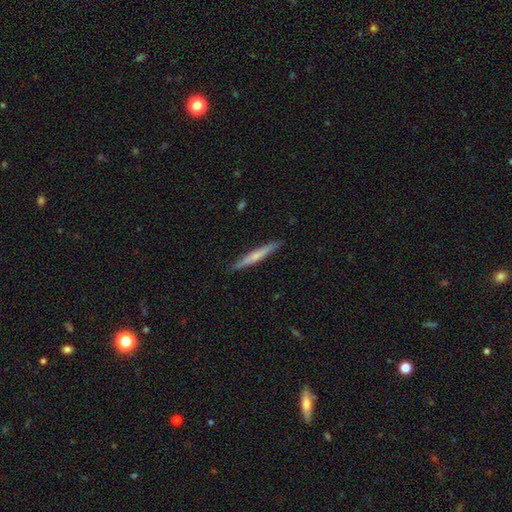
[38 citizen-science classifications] Q: Smooth or featured?
A: smooth (53%); runner-up: featured or disk (42%)
Q: How rounded?
A: cigar-shaped (100%)
Q: Merging?
A: none (94%); runner-up: minor disturbance (3%)